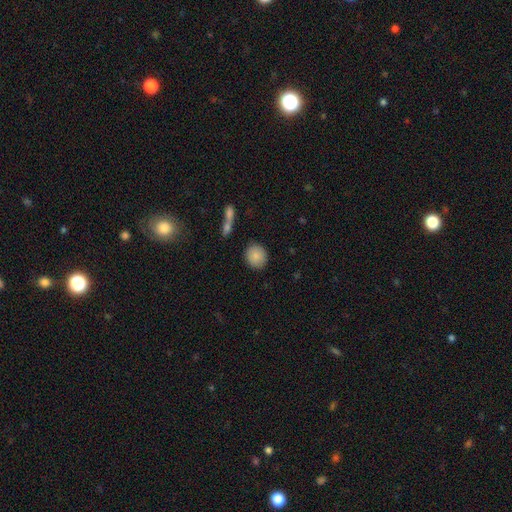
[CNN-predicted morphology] type=smooth (86%); roundness=round (81%); merging=none (88%).